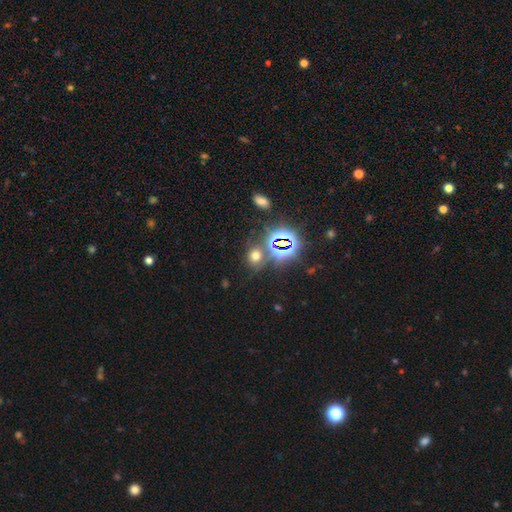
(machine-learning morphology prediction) smooth-or-featured: smooth: 55% | star or artifact: 38% | featured or disk: 7%
  how-rounded: round: 68% | in between: 30% | cigar-shaped: 1%
  merging: none: 72% | merger: 12% | minor disturbance: 11% | major disturbance: 5%